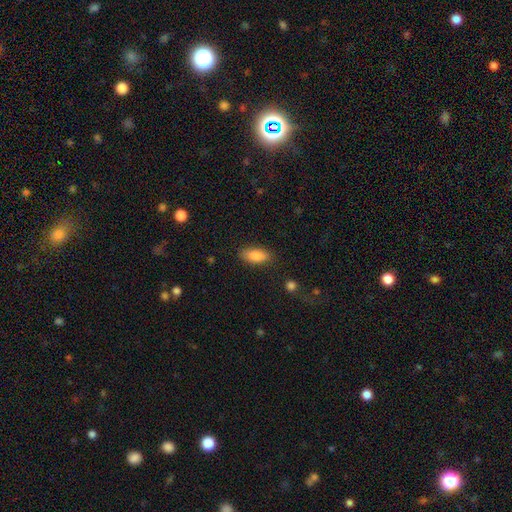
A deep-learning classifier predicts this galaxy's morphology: Overall: smooth (87%). How rounded: in between (84%). Merging: none (85%).